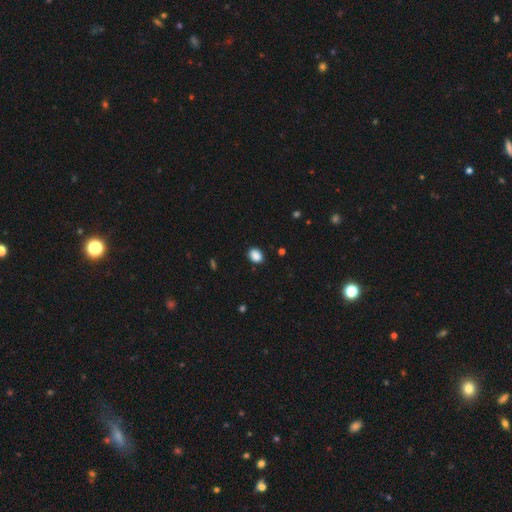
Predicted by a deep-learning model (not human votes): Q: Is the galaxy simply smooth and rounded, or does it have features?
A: smooth — 88%.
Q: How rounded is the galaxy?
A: in between — 70%.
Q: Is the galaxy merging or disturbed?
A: none — 86%.